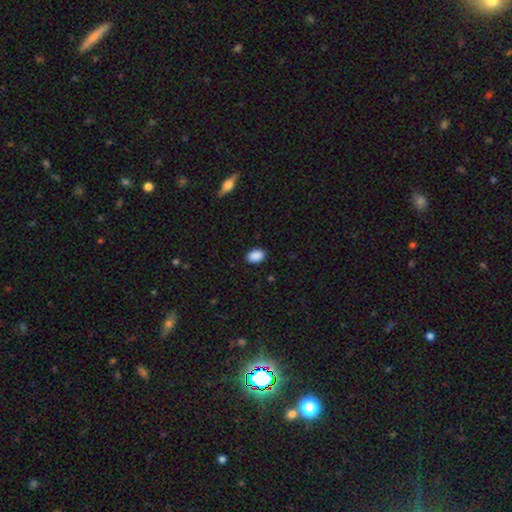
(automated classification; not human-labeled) Morphology: type=smooth (90%); roundness=in between (83%); merging=none (89%).